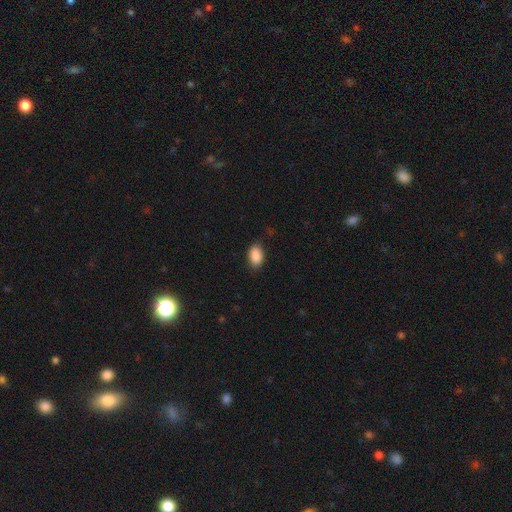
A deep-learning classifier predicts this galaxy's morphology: smooth_or_featured: smooth (p=0.89) [alt: star or artifact p=0.07]
how_rounded: in between (p=0.90) [alt: round p=0.09]
merging: none (p=0.83) [alt: minor disturbance p=0.13]